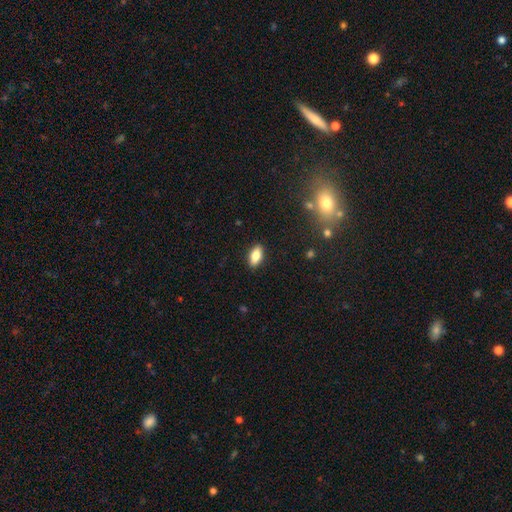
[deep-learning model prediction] A smooth galaxy with no disk features (80%) that is in between round and cigar-shaped (87%).

Vote fractions:
- Smooth or featured? smooth: 80% / featured or disk: 13% / star or artifact: 7%
- How rounded? in between: 87% / cigar-shaped: 9% / round: 3%
- Merging? none: 89% / minor disturbance: 8% / major disturbance: 2% / merger: 1%